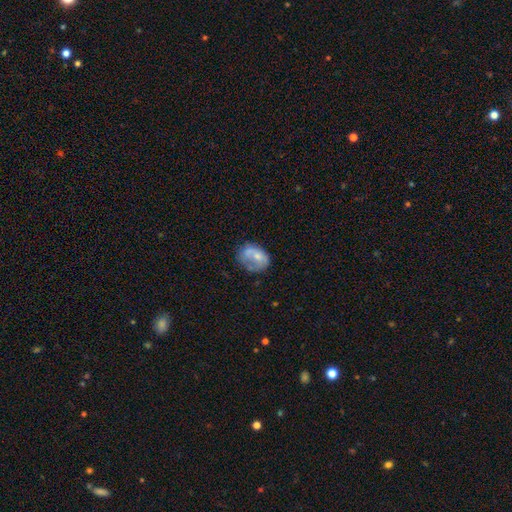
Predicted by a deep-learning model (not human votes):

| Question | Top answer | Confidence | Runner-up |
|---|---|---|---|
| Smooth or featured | smooth | 58% | featured or disk (34%) |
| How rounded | in between | 64% | round (34%) |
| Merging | none | 38% | minor disturbance (29%) |